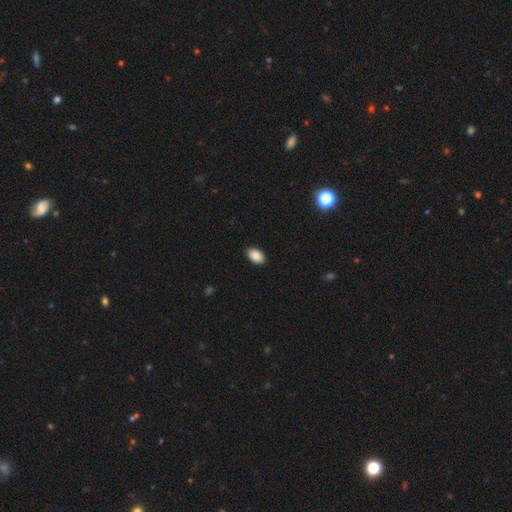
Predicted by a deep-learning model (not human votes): smooth 88%, star or artifact 7%, featured or disk 4%. Down the decision tree: how rounded — in between (90%); merging — none (89%).